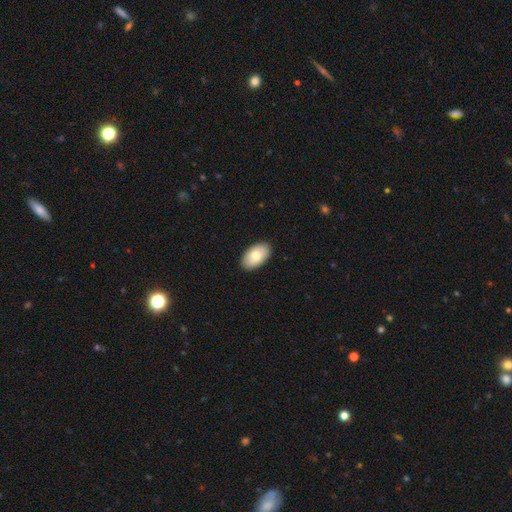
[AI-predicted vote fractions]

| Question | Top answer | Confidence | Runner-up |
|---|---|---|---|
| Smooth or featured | smooth | 80% | featured or disk (14%) |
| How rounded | in between | 95% | round (4%) |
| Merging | none | 90% | minor disturbance (8%) |